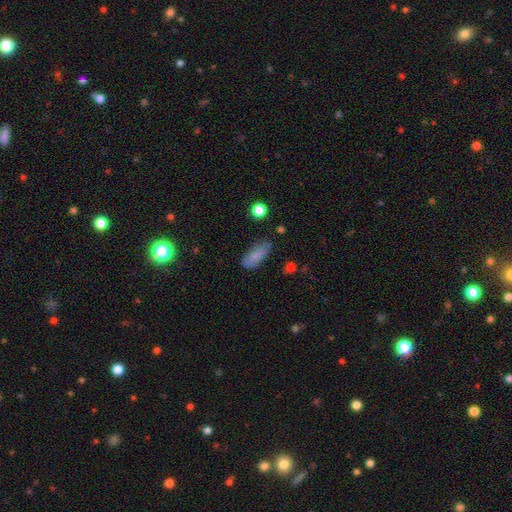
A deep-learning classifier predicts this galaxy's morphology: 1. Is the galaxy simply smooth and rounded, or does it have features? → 79% smooth, 13% featured or disk, 8% star or artifact.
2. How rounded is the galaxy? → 79% in between, 19% cigar-shaped, 3% round.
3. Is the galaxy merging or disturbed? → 68% none, 24% minor disturbance, 5% major disturbance, 2% merger.